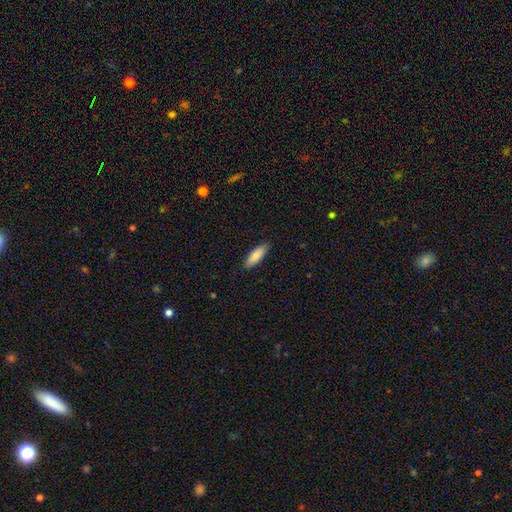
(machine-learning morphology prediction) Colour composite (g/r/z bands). It shows a smooth galaxy with no disk features (85%) that is in between round and cigar-shaped (58%). Merging: none (89%).